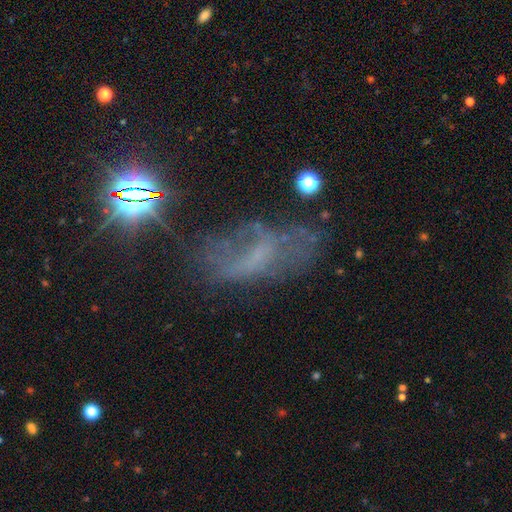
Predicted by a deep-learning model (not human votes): A featured or disk galaxy (46%).

Vote fractions:
- Smooth or featured? featured or disk: 46% / smooth: 28% / star or artifact: 26%
- Merging? none: 47% / major disturbance: 24% / minor disturbance: 23% / merger: 5%